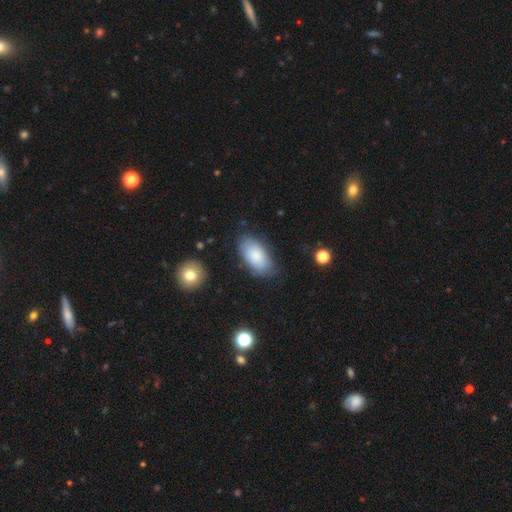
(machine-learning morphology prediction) smooth 84%, featured or disk 10%, star or artifact 6%. Down the decision tree: how rounded — in between (94%); merging — none (78%).